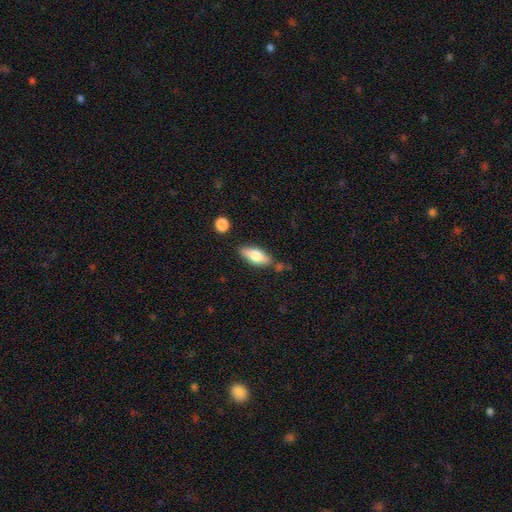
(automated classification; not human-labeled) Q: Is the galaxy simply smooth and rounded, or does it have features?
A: smooth — 73%.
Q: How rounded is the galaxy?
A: in between — 76%.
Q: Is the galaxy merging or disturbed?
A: none — 74%.